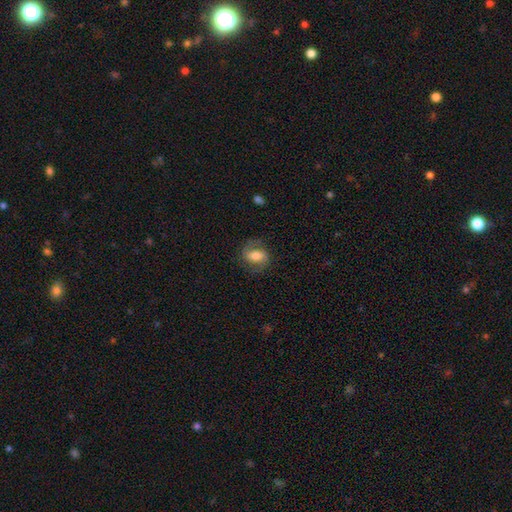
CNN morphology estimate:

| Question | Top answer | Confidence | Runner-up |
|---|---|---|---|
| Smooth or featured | smooth | 49% | featured or disk (42%) |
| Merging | none | 72% | minor disturbance (18%) |